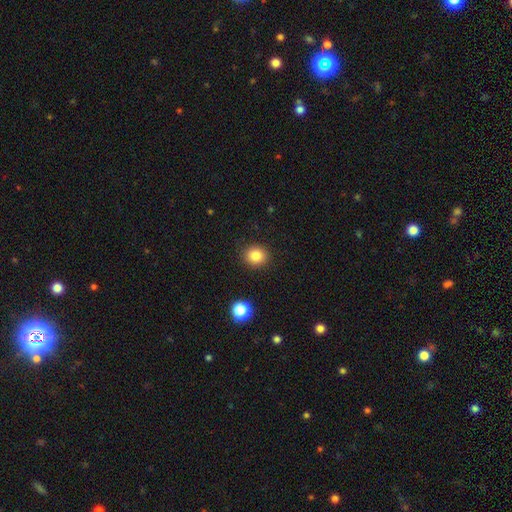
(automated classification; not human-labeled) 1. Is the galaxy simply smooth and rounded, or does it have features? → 83% smooth, 11% star or artifact, 5% featured or disk.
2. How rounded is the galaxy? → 82% round, 17% in between, 1% cigar-shaped.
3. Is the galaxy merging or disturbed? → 90% none, 6% minor disturbance, 2% major disturbance, 1% merger.